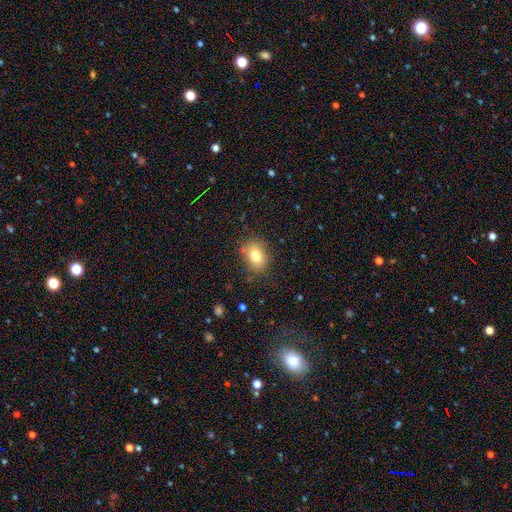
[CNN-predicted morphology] Smooth or featured?
  - smooth: 80% *
  - star or artifact: 10%
  - featured or disk: 10%
How rounded?
  - in between: 59% *
  - round: 40%
  - cigar-shaped: 1%
Merging?
  - none: 80% *
  - minor disturbance: 15%
  - major disturbance: 4%
  - merger: 1%